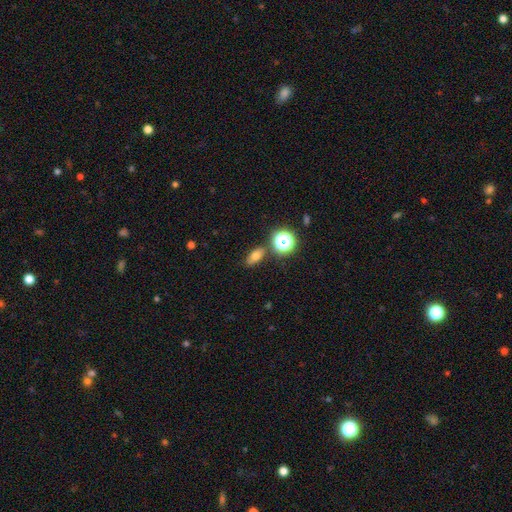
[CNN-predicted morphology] This appears to be a smooth galaxy with no disk features (65%) that is in between round and cigar-shaped (72%). Merging: none (80%).